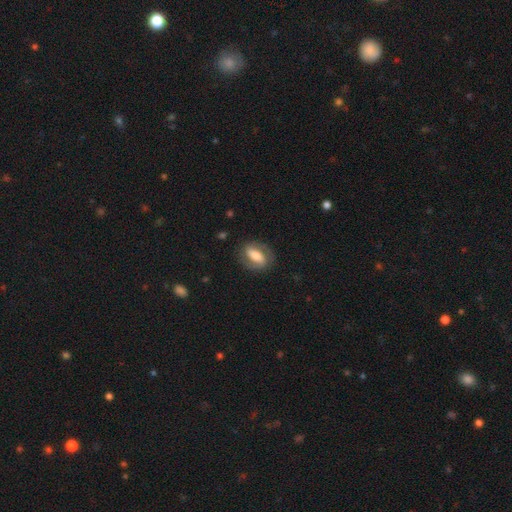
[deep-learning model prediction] This is possibly a featured or disk galaxy (59%). It is clearly not viewed edge-on (93%). Bar: possibly strong (49%). Spiral arm pattern: likely yes (75%). Central bulge: possibly moderate (50%). Merging: likely none (79%).